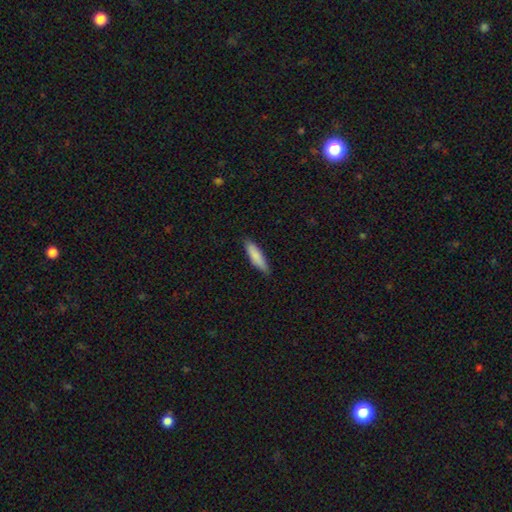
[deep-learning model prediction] This appears to be a smooth galaxy with no disk features (84%) that is cigar-shaped (68%). Merging: none (84%).